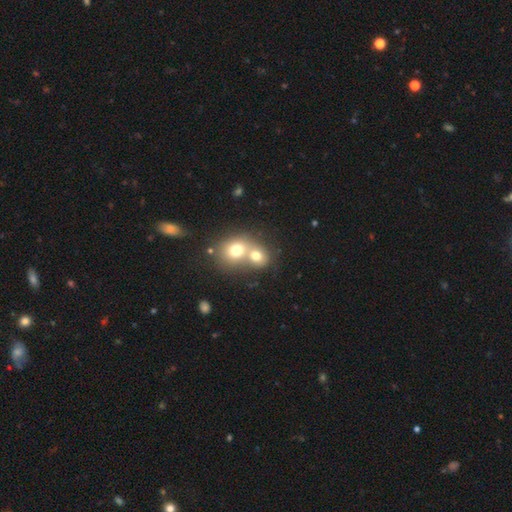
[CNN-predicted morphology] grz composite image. It shows a smooth galaxy with no disk features (72%) that is round (68%). Merging: merger (66%).